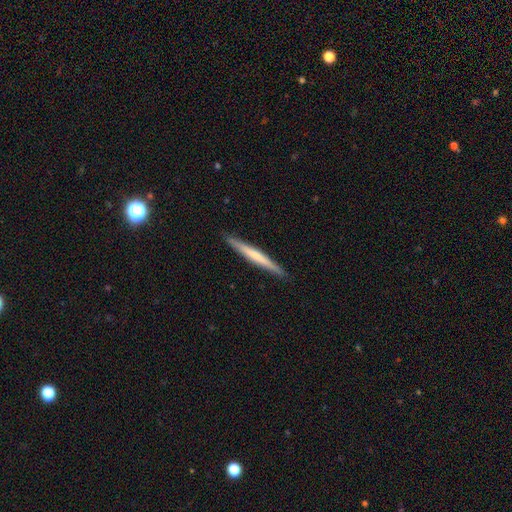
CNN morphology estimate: smooth-or-featured: smooth: 50% | featured or disk: 45% | star or artifact: 5%
  merging: none: 91% | minor disturbance: 7% | major disturbance: 1% | merger: 1%